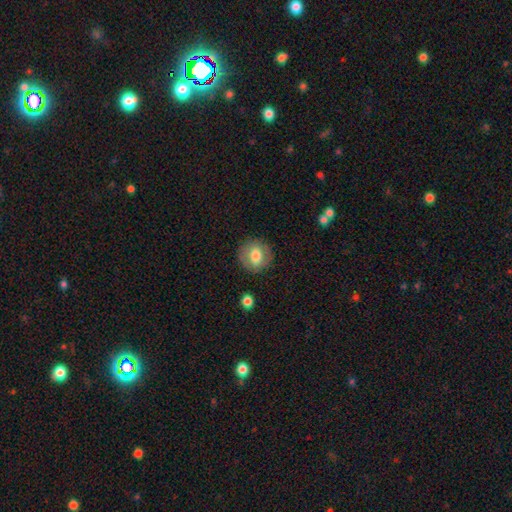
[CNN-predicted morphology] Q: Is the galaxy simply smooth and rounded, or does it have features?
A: smooth — 69%.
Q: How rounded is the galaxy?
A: round — 86%.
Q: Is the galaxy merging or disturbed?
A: none — 86%.